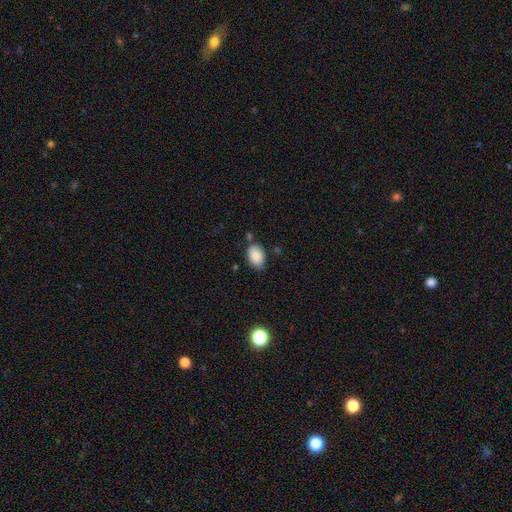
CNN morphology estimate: Smooth or featured? smooth (87%)
How rounded? in between (89%)
Merging? none (71%)